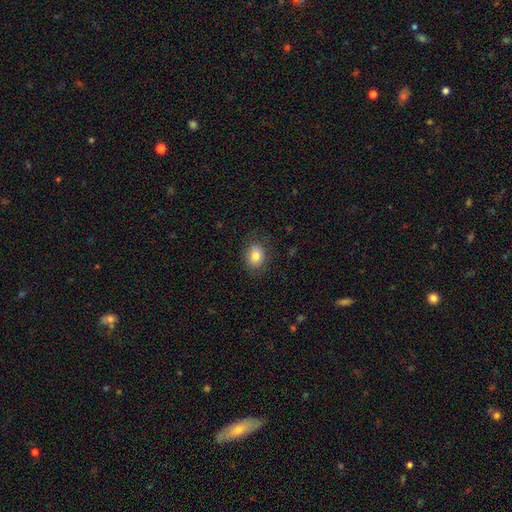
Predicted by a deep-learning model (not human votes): This is clearly a smooth galaxy (82%). How rounded: possibly in between (52%). Merging: likely none (76%).